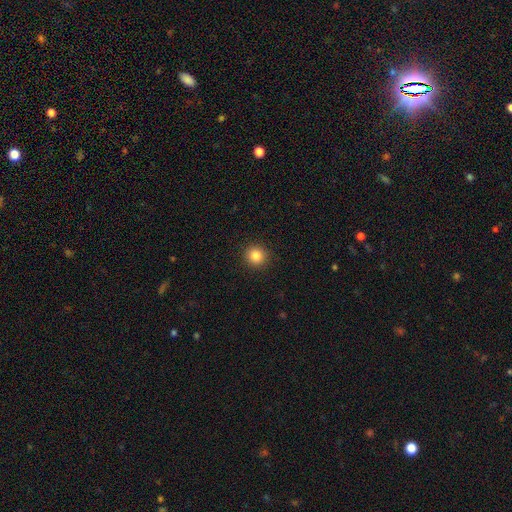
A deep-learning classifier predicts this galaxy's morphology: The model was most divided on "smooth or featured": smooth: 84%, star or artifact: 11%, featured or disk: 5%. More confident: how rounded — round (93%); merging — none (92%).